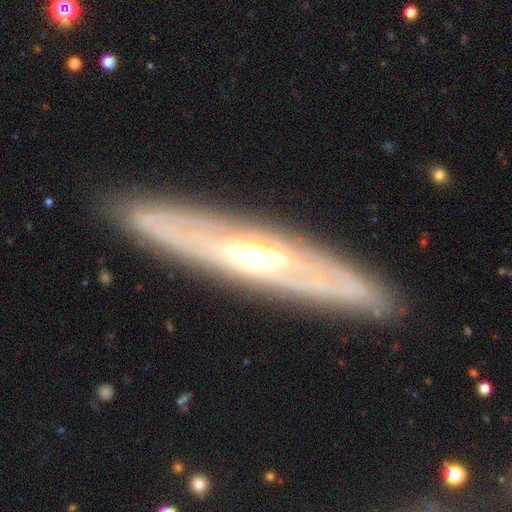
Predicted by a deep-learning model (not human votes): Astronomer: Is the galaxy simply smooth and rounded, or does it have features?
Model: featured or disk — 80%.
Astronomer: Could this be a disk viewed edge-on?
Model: yes — 54% (runner-up: no, 46%).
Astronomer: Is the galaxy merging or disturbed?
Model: none — 87%.